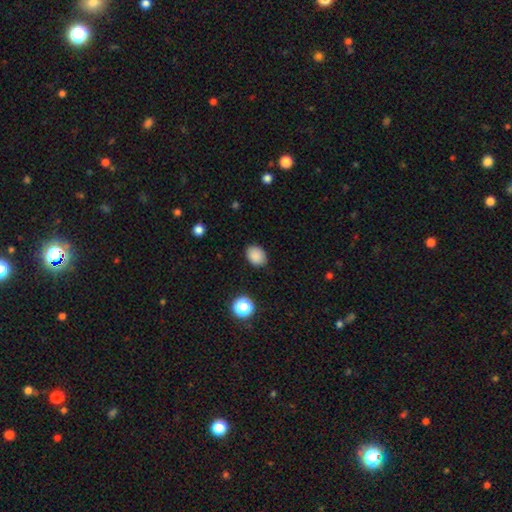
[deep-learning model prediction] smooth-or-featured: smooth: 86% | star or artifact: 10% | featured or disk: 3%
  how-rounded: in between: 61% | round: 38% | cigar-shaped: 1%
  merging: none: 85% | minor disturbance: 11% | major disturbance: 3% | merger: 1%